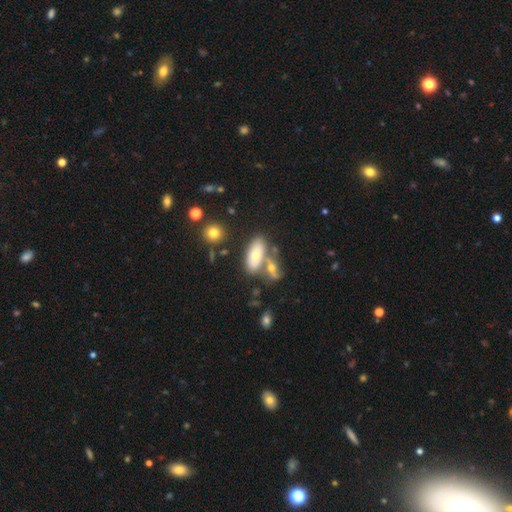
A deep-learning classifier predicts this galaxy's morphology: Q: Smooth or featured?
A: smooth (63%); runner-up: featured or disk (29%)
Q: How rounded?
A: in between (84%); runner-up: cigar-shaped (12%)
Q: Merging?
A: none (46%); runner-up: merger (37%)